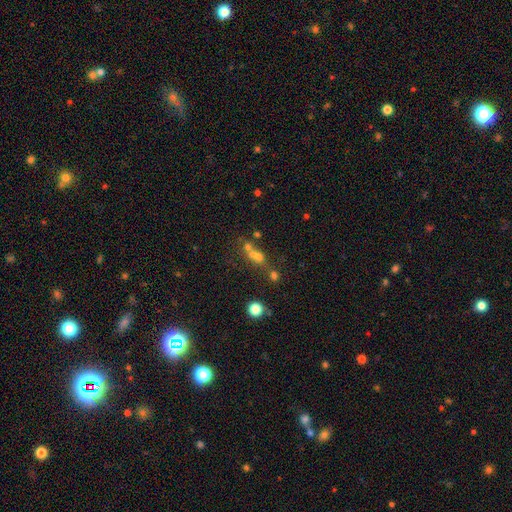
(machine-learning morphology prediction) Overall: smooth (45%; star or artifact 31%). Merging: merger (47%; none 39%).